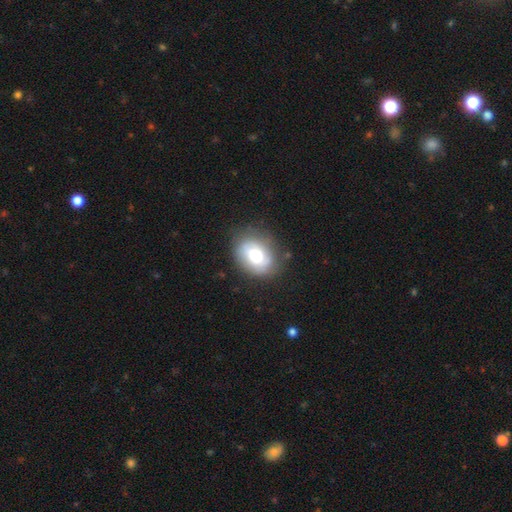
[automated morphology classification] A smooth galaxy with no disk features (60%) that is in between round and cigar-shaped (55%). Merging: none (73%).